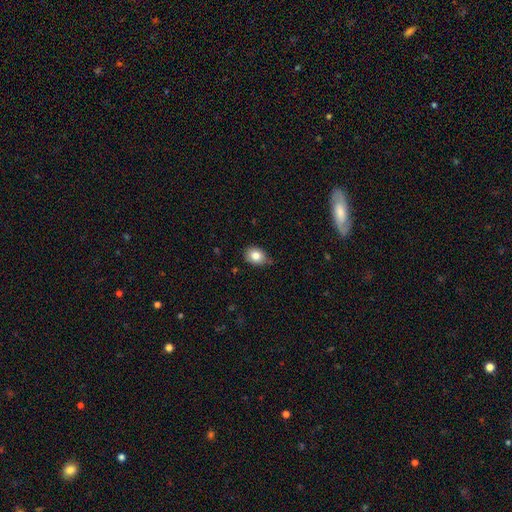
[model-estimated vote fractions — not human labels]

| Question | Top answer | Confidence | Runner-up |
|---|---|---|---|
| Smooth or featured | smooth | 82% | star or artifact (9%) |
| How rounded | in between | 53% | round (46%) |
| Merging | none | 74% | minor disturbance (21%) |